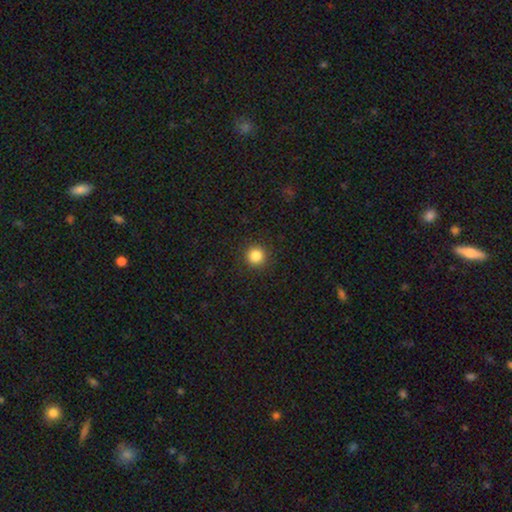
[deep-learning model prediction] This is clearly a smooth galaxy (85%). How rounded: clearly round (95%). Merging: clearly none (92%).